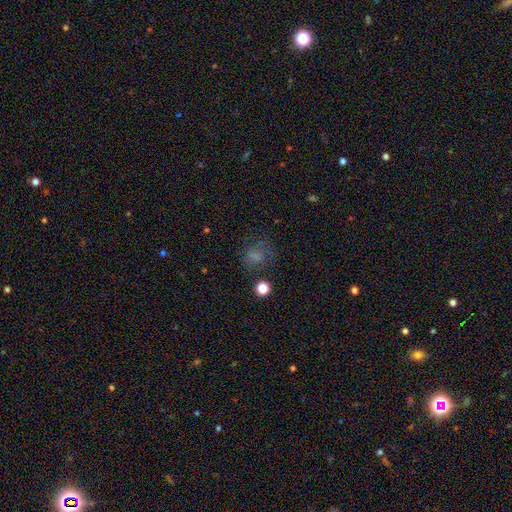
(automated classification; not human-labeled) Smooth or featured?
  - smooth: 70% *
  - star or artifact: 18%
  - featured or disk: 12%
How rounded?
  - round: 74% *
  - in between: 25%
  - cigar-shaped: 1%
Merging?
  - none: 65% *
  - minor disturbance: 19%
  - major disturbance: 13%
  - merger: 4%